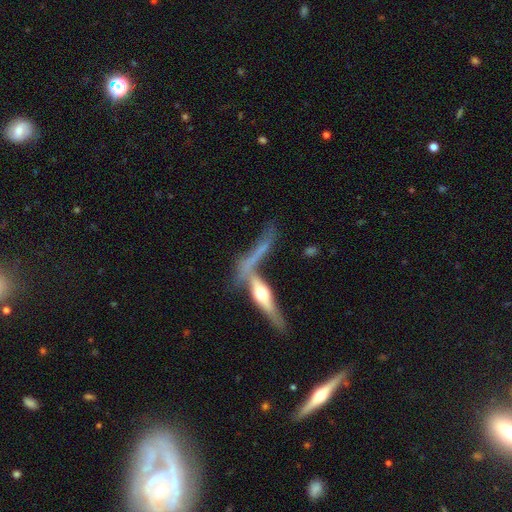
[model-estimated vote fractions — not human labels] featured or disk 65%, smooth 25%, star or artifact 10%. Down the decision tree: edge-on disk — yes (83%); edge-on bulge — rounded (81%); merging — merger (38%).